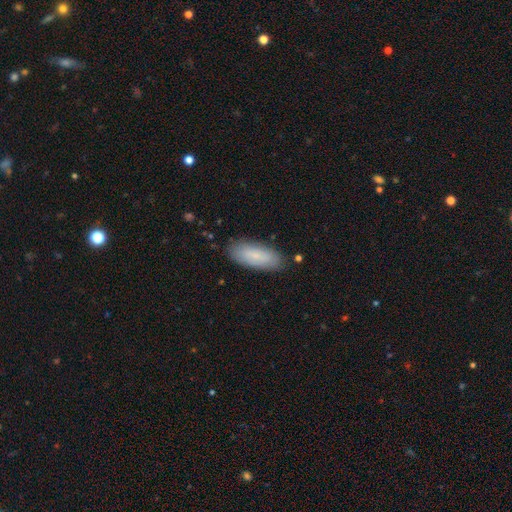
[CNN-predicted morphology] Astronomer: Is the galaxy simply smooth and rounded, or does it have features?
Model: smooth — 81%.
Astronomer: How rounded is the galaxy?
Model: in between — 74%.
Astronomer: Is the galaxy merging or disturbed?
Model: none — 85%.